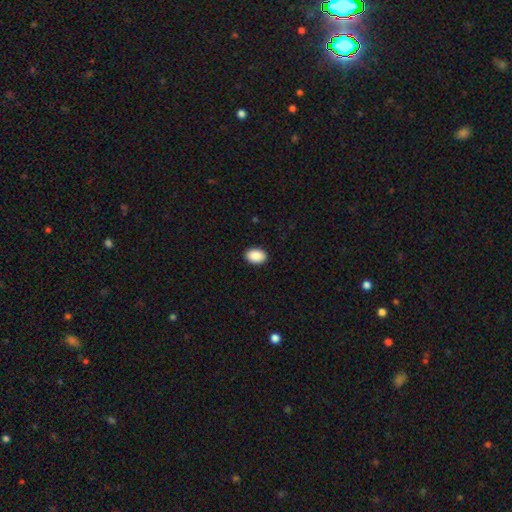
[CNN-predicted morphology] Smooth or featured?
  - smooth: 91% *
  - star or artifact: 7%
  - featured or disk: 2%
How rounded?
  - in between: 83% *
  - round: 16%
  - cigar-shaped: 1%
Merging?
  - none: 91% *
  - minor disturbance: 6%
  - major disturbance: 2%
  - merger: 1%